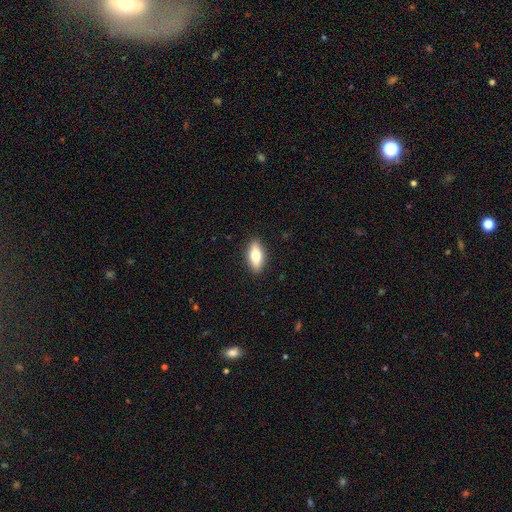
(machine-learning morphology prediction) smooth 72%, featured or disk 21%, star or artifact 6%. Down the decision tree: how rounded — in between (80%); merging — none (89%).